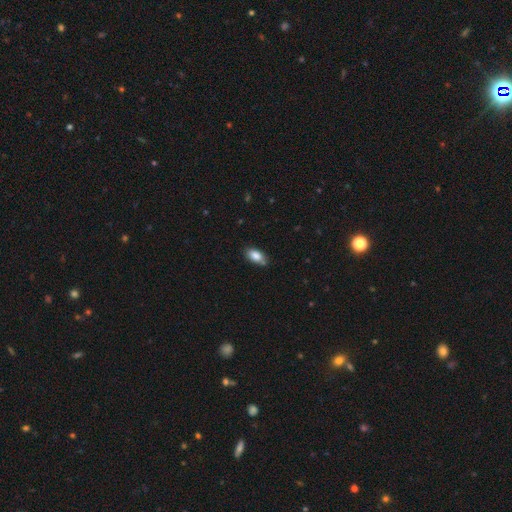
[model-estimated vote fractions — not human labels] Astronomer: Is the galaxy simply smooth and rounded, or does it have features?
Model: smooth — 85%.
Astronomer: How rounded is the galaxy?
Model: in between — 91%.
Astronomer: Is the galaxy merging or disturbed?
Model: none — 75%.